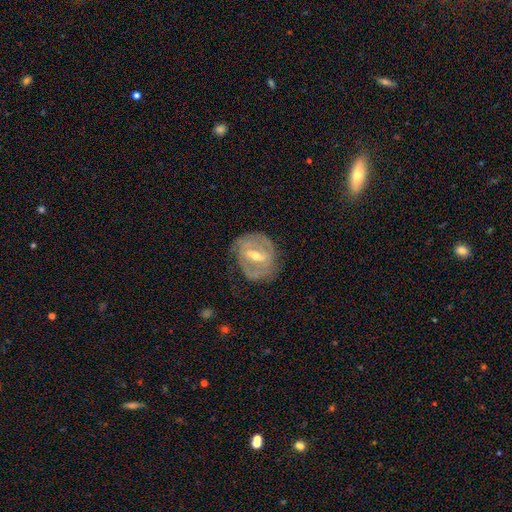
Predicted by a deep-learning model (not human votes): The model was most divided on "bar": strong: 46%, weak: 40%, no: 14%. More confident: edge-on disk — no (94%); smooth or featured — featured or disk (78%); spiral arms — yes (73%); merging — none (70%); bulge size — moderate (65%); spiral winding — tight (57%); spiral arm count — 2 (53%).